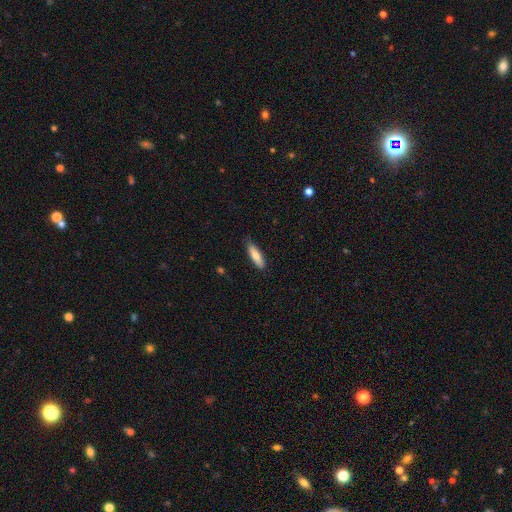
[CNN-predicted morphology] This is likely a smooth galaxy (79%). How rounded: likely cigar-shaped (64%). Merging: clearly none (82%).